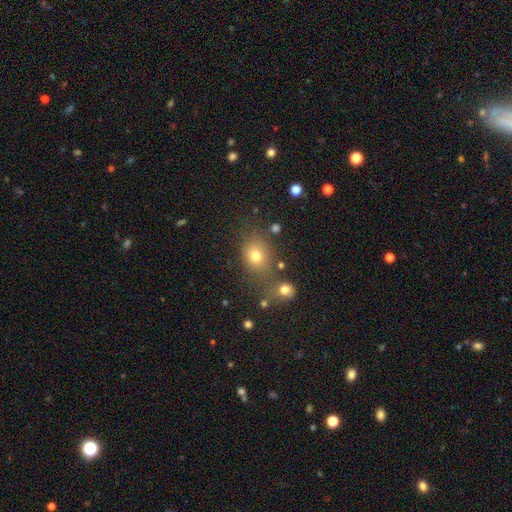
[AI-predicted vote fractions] smooth 74%, star or artifact 16%, featured or disk 10%. Down the decision tree: how rounded — round (55%); merging — none (61%).